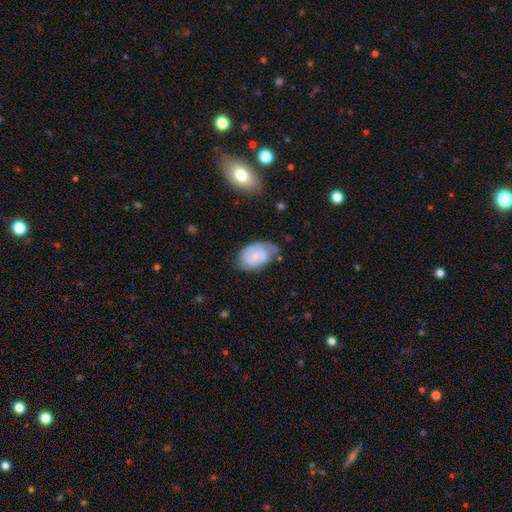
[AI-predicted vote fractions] This is possibly a featured or disk galaxy (49%). Merging: possibly none (50%).